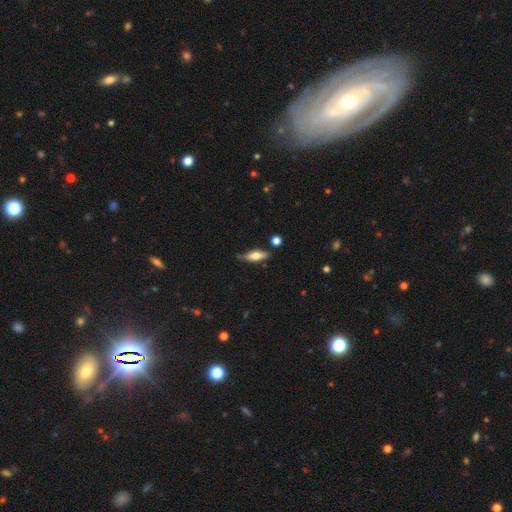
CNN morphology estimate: This appears to be a smooth galaxy with no disk features (64%) that is in between round and cigar-shaped (55%). Merging: none (69%).